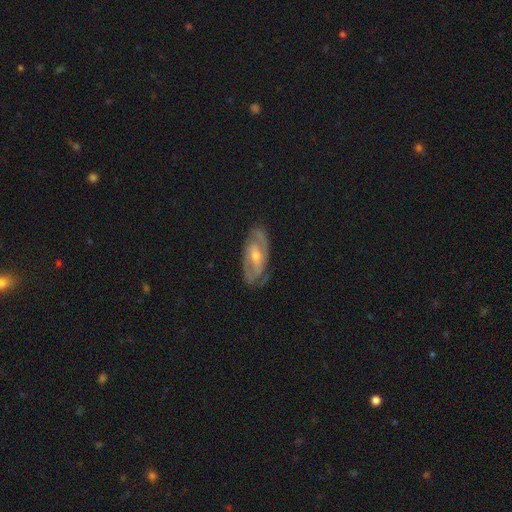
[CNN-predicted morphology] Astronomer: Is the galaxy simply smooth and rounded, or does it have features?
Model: featured or disk — 80%.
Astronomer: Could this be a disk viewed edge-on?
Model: no — 91%.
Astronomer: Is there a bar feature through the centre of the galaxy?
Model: weak — 42% (runner-up: no, 36%).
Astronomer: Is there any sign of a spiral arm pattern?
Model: yes — 86%.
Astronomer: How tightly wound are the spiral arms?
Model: tight — 47% (runner-up: medium, 41%).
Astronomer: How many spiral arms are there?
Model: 2 — 73%.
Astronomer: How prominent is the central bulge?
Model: moderate — 56% (runner-up: small, 39%).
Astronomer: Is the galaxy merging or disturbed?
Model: none — 78%.